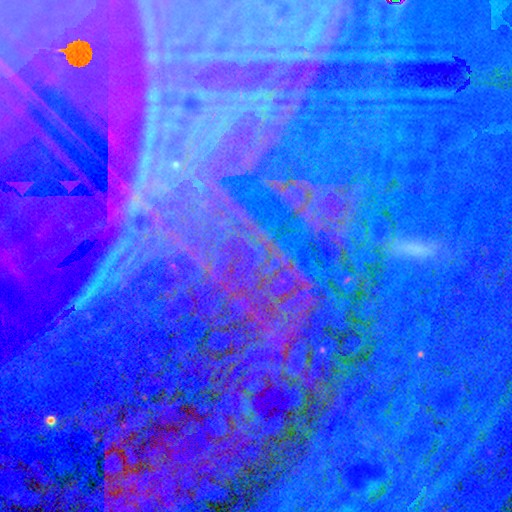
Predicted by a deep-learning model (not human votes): star or artifact 88%, featured or disk 6%, smooth 6%.